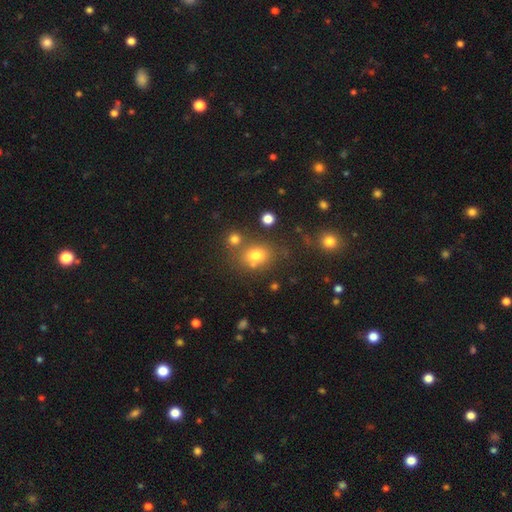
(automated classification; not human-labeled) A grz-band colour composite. It shows a smooth galaxy with no disk features (75%) that is round (53%). Merging: none (61%).